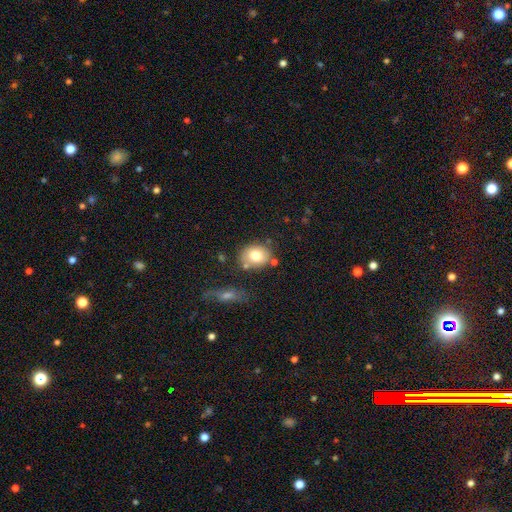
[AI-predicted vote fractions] Q: Smooth or featured?
A: smooth (77%); runner-up: featured or disk (14%)
Q: How rounded?
A: round (56%); runner-up: in between (43%)
Q: Merging?
A: none (70%); runner-up: minor disturbance (15%)